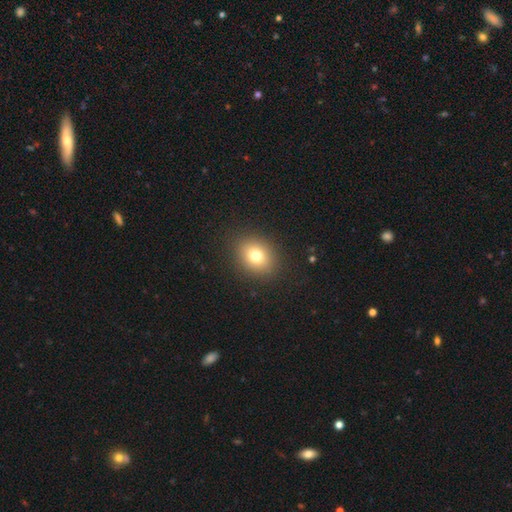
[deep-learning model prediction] A smooth galaxy with no disk features (76%) that is round (55%). Merging: none (88%).